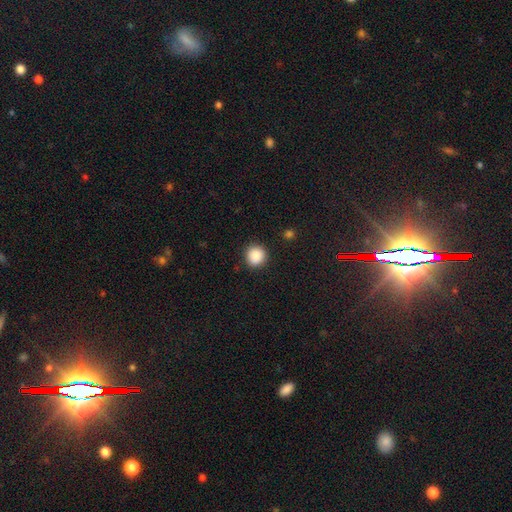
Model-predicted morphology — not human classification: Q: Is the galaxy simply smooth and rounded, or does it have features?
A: smooth — 88%.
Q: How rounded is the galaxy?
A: round — 93%.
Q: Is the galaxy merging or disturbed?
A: none — 90%.